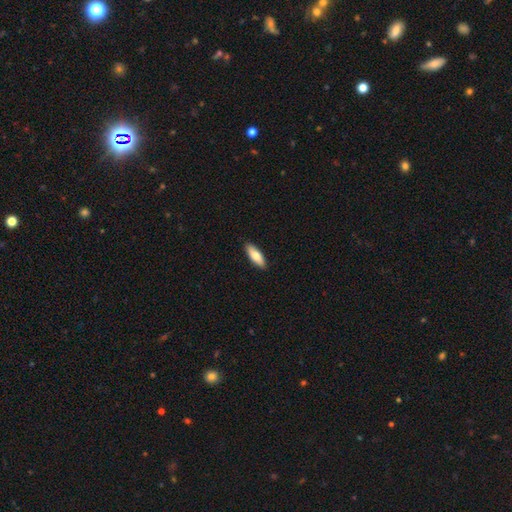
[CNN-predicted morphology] Overall: smooth (76%). How rounded: in between (58%; cigar-shaped 40%). Merging: none (90%).